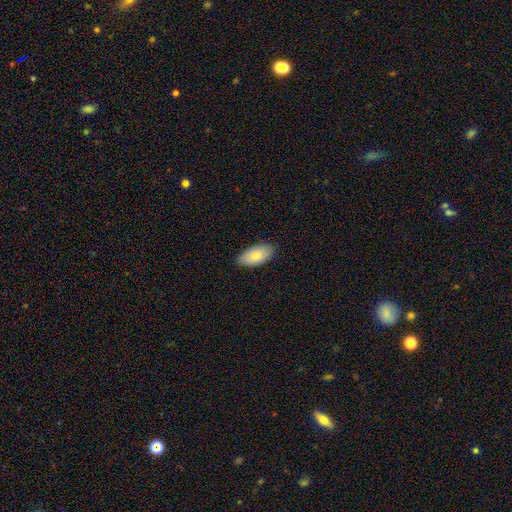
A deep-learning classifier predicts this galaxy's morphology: smooth-or-featured: smooth: 83% | featured or disk: 11% | star or artifact: 6%
  how-rounded: in between: 95% | cigar-shaped: 3% | round: 2%
  merging: none: 84% | minor disturbance: 13% | major disturbance: 2% | merger: 1%